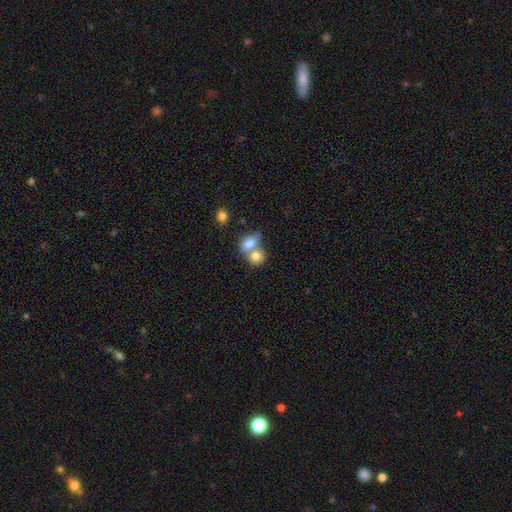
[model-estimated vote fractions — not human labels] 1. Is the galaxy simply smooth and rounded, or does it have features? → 79% smooth, 12% featured or disk, 8% star or artifact.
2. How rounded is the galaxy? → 53% round, 46% in between, 1% cigar-shaped.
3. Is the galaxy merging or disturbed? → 61% merger, 28% none, 7% minor disturbance, 4% major disturbance.